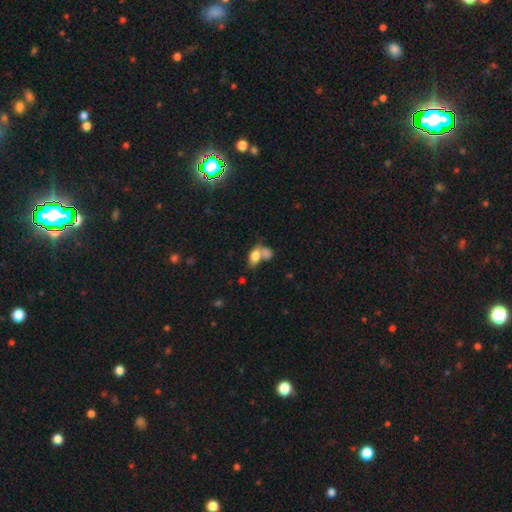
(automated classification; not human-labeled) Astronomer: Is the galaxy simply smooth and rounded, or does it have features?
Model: smooth — 77%.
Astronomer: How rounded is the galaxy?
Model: in between — 85%.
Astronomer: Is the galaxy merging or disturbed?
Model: merger — 57%.